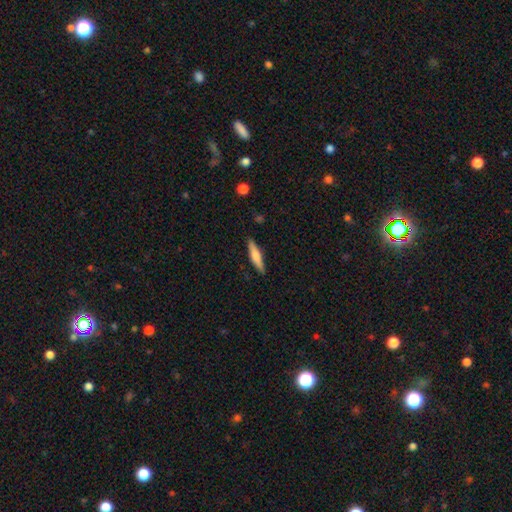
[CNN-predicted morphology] smooth-or-featured: smooth: 62% | featured or disk: 32% | star or artifact: 6%
  how-rounded: cigar-shaped: 83% | in between: 16% | round: 2%
  merging: none: 88% | minor disturbance: 8% | major disturbance: 2% | merger: 1%